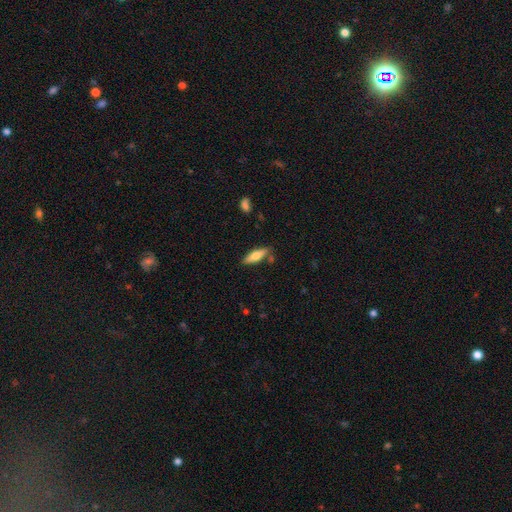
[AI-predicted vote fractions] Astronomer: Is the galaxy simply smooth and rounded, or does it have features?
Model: smooth — 68%.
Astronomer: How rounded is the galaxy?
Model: cigar-shaped — 52% (runner-up: in between, 46%).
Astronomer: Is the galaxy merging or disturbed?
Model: none — 79%.